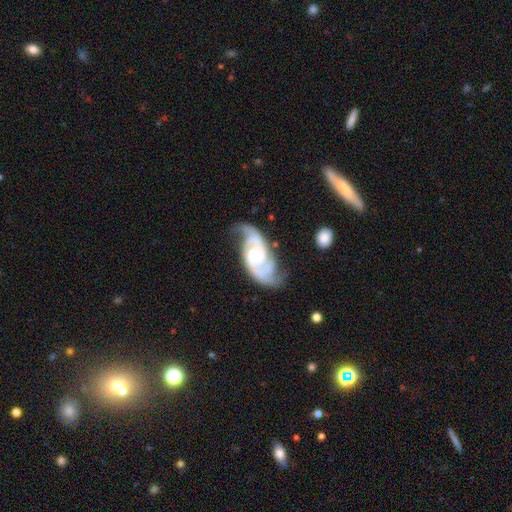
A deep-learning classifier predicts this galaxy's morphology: Smooth or featured: featured or disk — 90% (smooth — 5%)
Edge-on disk: no — 97% (yes — 3%)
Bar: no — 59% (weak — 32%)
Spiral arms: yes — 98% (no — 2%)
Spiral winding: medium — 48% (tight — 38%)
Spiral arm count: 2 — 81% (3 — 8%)
Bulge size: moderate — 46% (small — 42%)
Merging: none — 63% (minor disturbance — 22%)